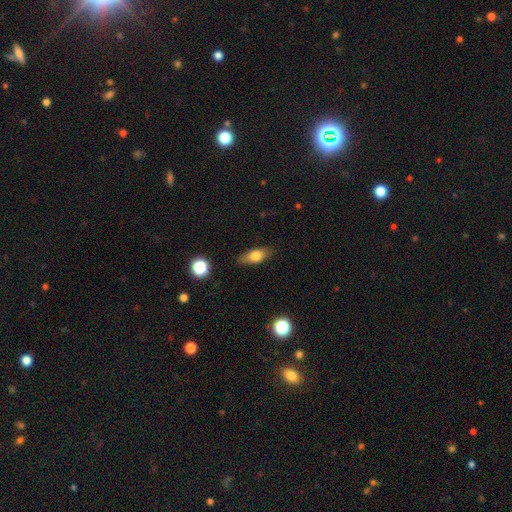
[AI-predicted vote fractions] Smooth or featured? smooth (71%)
How rounded? in between (75%)
Merging? none (84%)